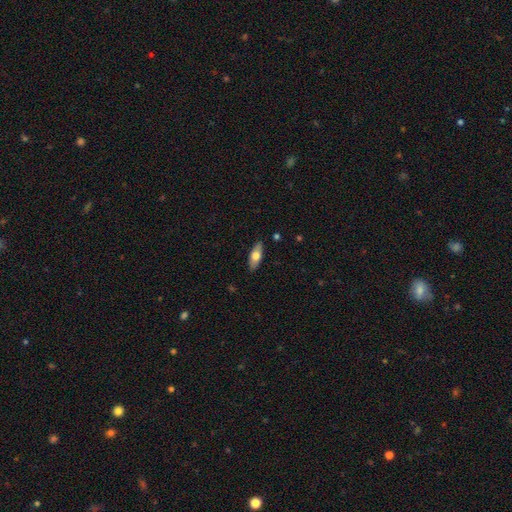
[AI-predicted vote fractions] Q: Smooth or featured?
A: smooth (61%); runner-up: featured or disk (33%)
Q: How rounded?
A: in between (70%); runner-up: cigar-shaped (28%)
Q: Merging?
A: none (87%); runner-up: minor disturbance (10%)